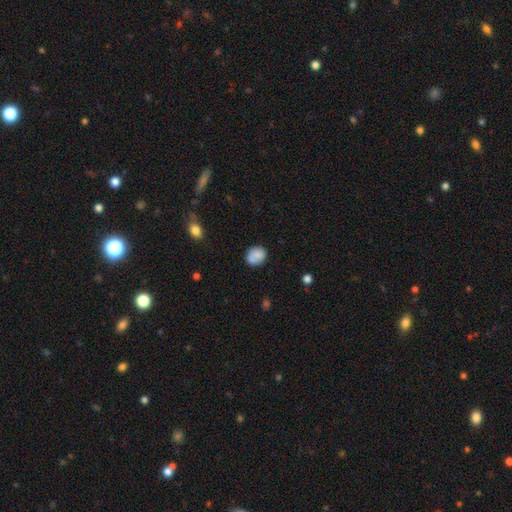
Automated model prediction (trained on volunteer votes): Smooth or featured: smooth — 79% (featured or disk — 13%)
How rounded: round — 67% (in between — 32%)
Merging: none — 61% (minor disturbance — 18%)